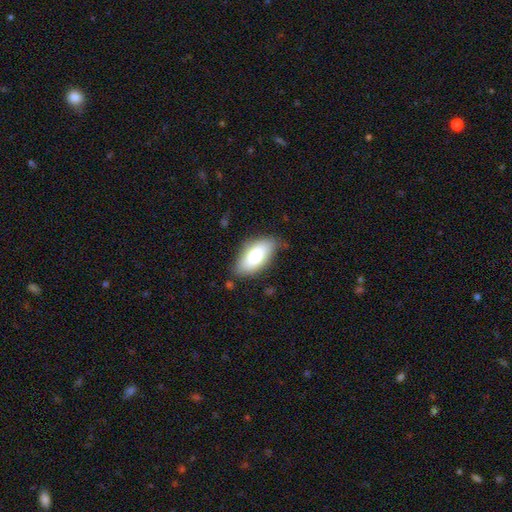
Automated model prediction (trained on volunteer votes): Q: Smooth or featured?
A: smooth (75%); runner-up: featured or disk (18%)
Q: How rounded?
A: in between (91%); runner-up: cigar-shaped (6%)
Q: Merging?
A: none (77%); runner-up: minor disturbance (17%)